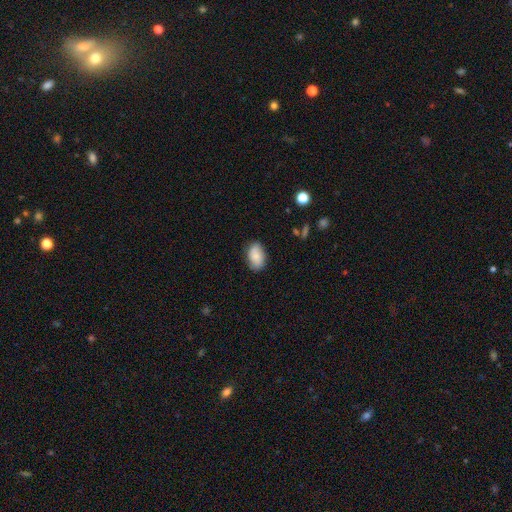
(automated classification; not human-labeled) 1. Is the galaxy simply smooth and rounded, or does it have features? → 80% smooth, 13% featured or disk, 7% star or artifact.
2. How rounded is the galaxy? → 91% in between, 8% round, 2% cigar-shaped.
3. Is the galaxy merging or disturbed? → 82% none, 14% minor disturbance, 3% major disturbance, 1% merger.